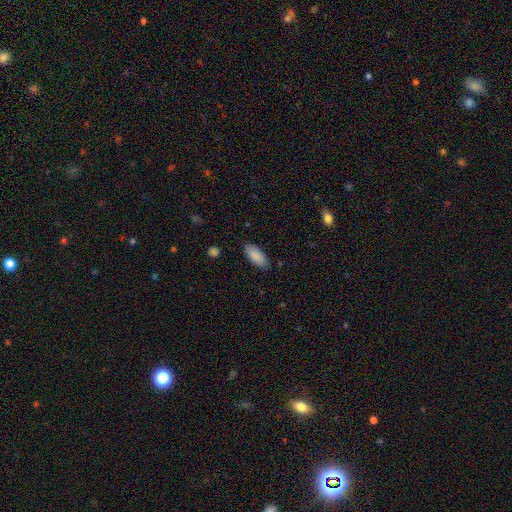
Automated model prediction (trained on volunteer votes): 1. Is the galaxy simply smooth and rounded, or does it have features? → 89% smooth, 6% star or artifact, 5% featured or disk.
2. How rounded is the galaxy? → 81% in between, 18% cigar-shaped, 2% round.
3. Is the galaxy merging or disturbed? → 86% none, 10% minor disturbance, 2% major disturbance, 1% merger.